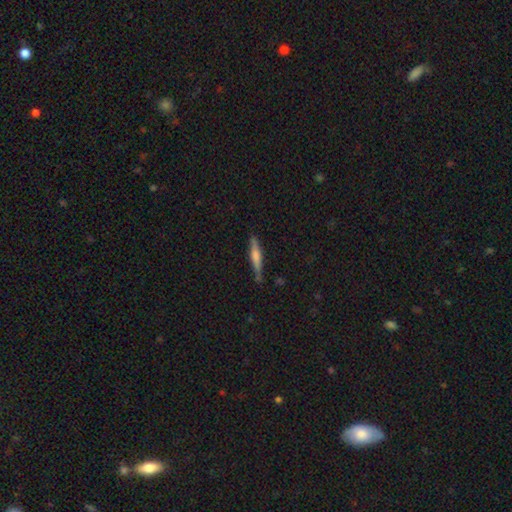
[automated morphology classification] A featured or disk galaxy (58%) viewed edge-on (97%) with a rounded central bulge (66%).

Vote fractions:
- Smooth or featured? featured or disk: 58% / smooth: 35% / star or artifact: 7%
- Edge-on disk? yes: 97% / no: 3%
- Edge-on bulge? rounded: 66% / boxy: 20% / none: 14%
- Merging? none: 86% / minor disturbance: 11% / major disturbance: 2% / merger: 2%